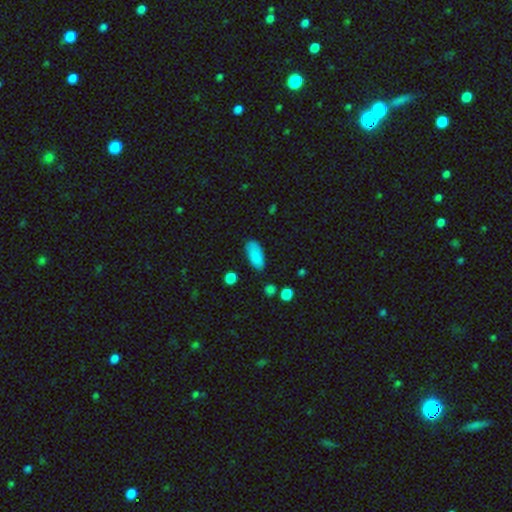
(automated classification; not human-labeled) A smooth galaxy with no disk features (87%) that is in between round and cigar-shaped (88%). Merging: none (78%).